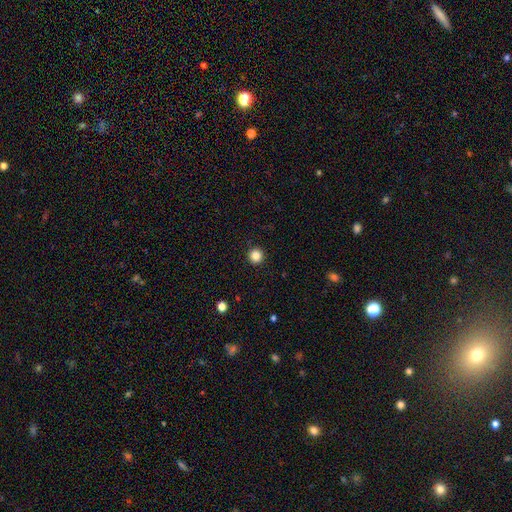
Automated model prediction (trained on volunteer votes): Overall: smooth (84%). How rounded: round (96%). Merging: none (93%).